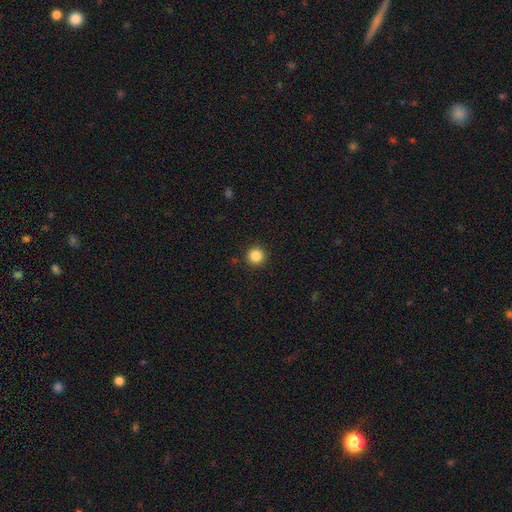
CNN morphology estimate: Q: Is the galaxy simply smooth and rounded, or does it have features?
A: smooth — 85%.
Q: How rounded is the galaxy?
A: round — 95%.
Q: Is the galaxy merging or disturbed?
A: none — 92%.